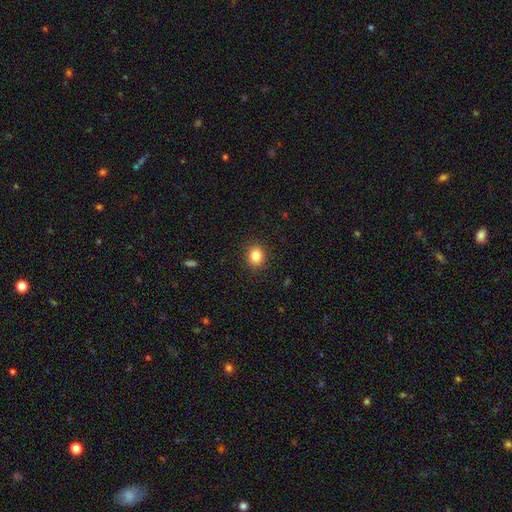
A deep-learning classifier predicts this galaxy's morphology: Overall: smooth (84%). How rounded: round (66%; in between 33%). Merging: none (90%).